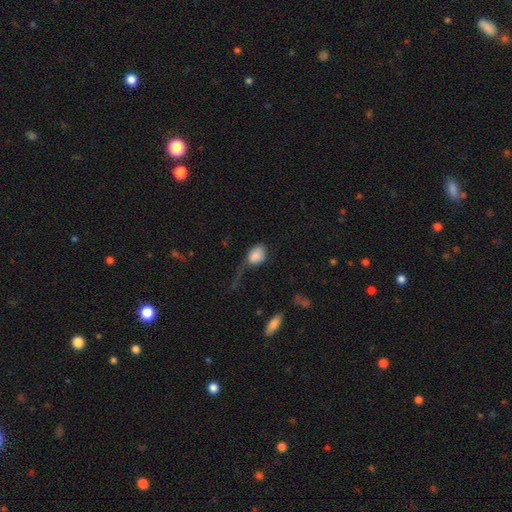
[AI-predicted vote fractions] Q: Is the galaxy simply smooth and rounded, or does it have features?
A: smooth — 84%.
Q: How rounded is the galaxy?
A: in between — 69%.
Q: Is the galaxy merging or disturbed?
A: major disturbance — 44%.